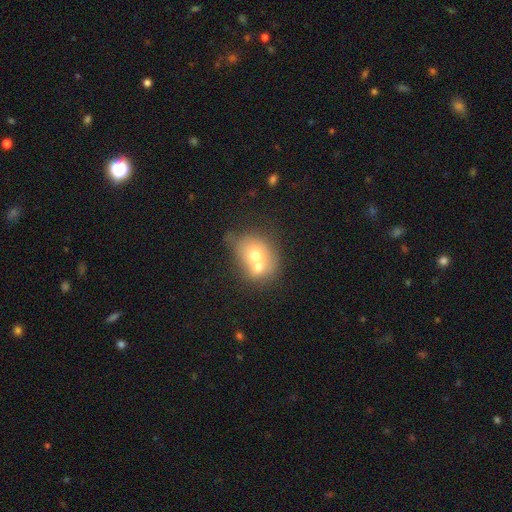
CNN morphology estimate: This appears to be a smooth galaxy with no disk features (63%) that is round (57%). Merging: merger (68%).